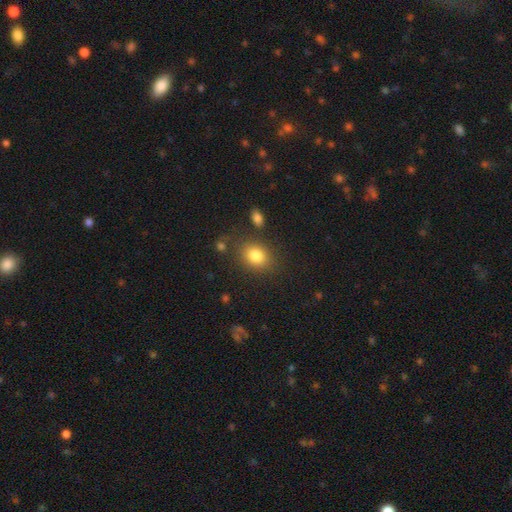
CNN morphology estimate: Smooth or featured: smooth — 82% (star or artifact — 11%)
How rounded: in between — 50% (round — 49%)
Merging: none — 78% (minor disturbance — 12%)